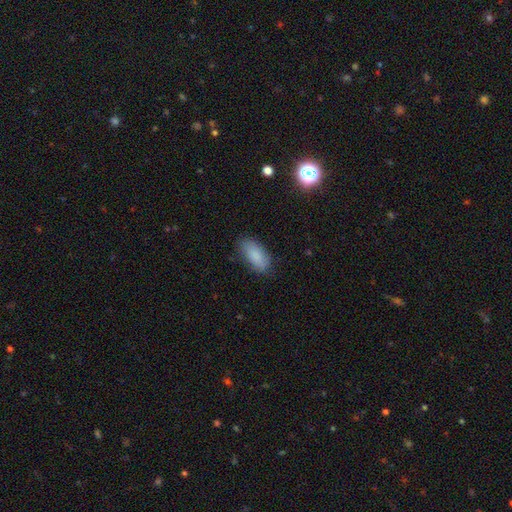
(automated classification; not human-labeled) A smooth galaxy with no disk features (85%) that is in between round and cigar-shaped (88%). Merging: none (79%).